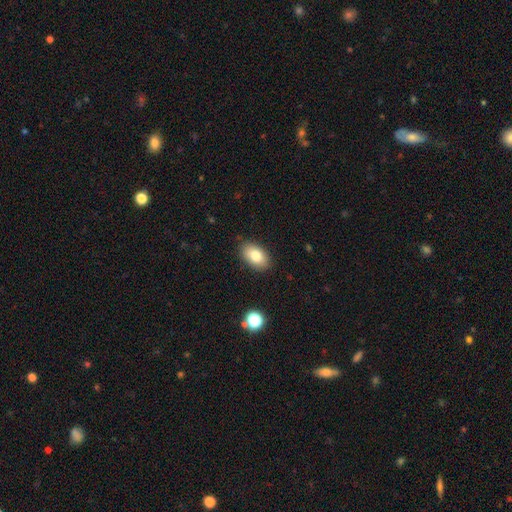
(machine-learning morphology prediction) Overall: smooth (79%). How rounded: in between (89%). Merging: none (86%).